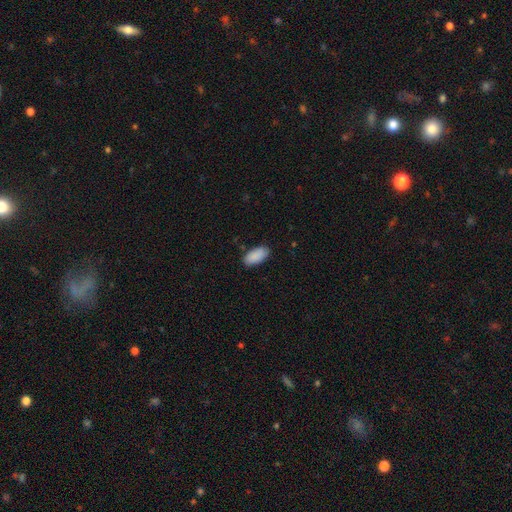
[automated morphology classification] Overall: smooth (90%). How rounded: in between (93%). Merging: none (85%).